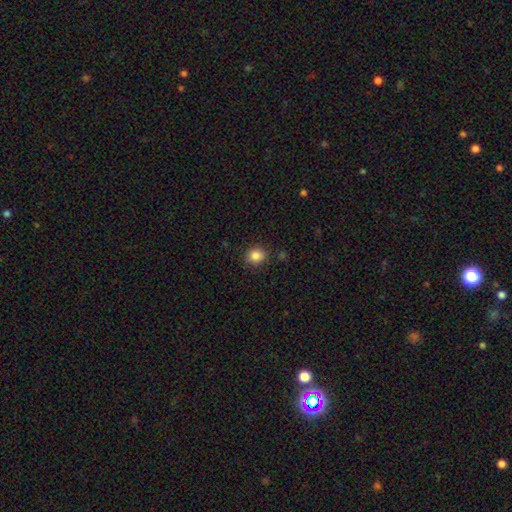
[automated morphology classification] Smooth or featured? smooth (85%)
How rounded? round (77%)
Merging? none (85%)